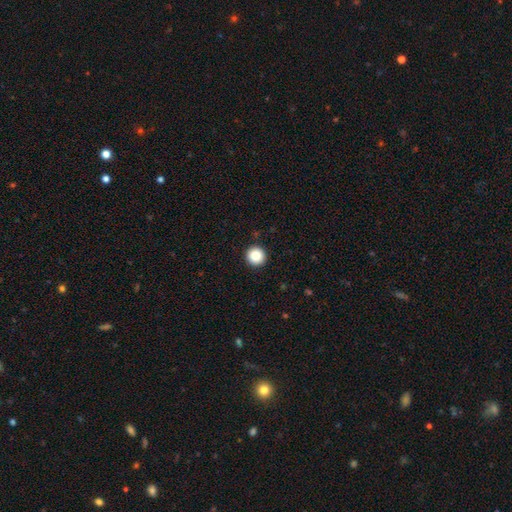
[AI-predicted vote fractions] This appears to be a smooth galaxy with no disk features (87%) that is round (96%). Merging: none (93%).